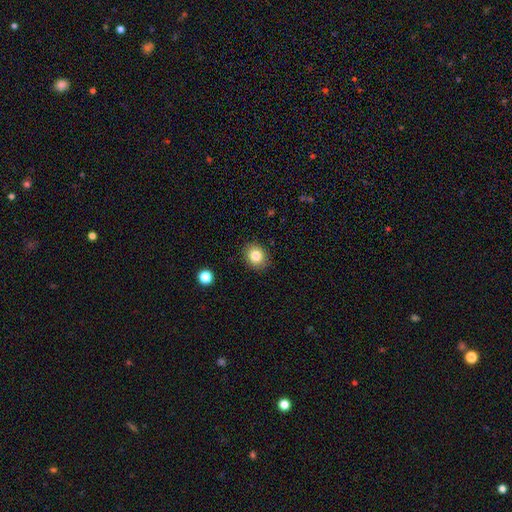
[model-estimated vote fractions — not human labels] The model was most divided on "how rounded": round: 58%, in between: 41%, cigar-shaped: 1%. More confident: merging — none (88%); smooth or featured — smooth (83%).